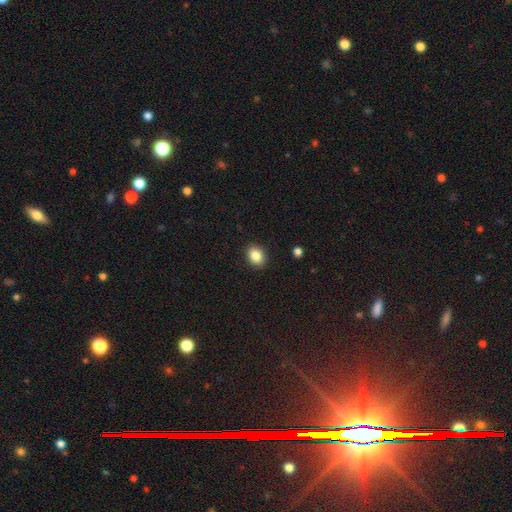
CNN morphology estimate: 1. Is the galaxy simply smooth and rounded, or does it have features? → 87% smooth, 8% star or artifact, 5% featured or disk.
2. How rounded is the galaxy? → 65% in between, 34% round, 1% cigar-shaped.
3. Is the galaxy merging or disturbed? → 90% none, 7% minor disturbance, 2% major disturbance, 1% merger.